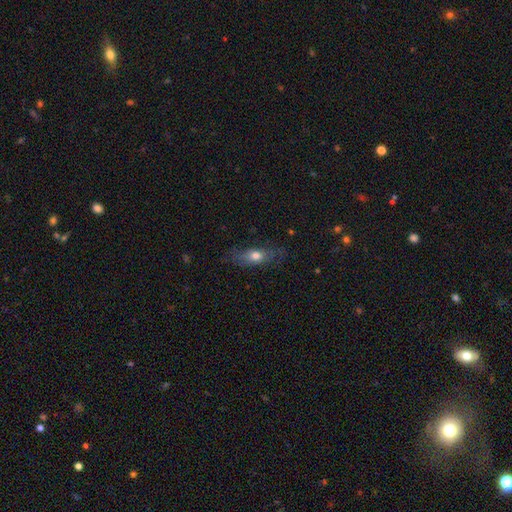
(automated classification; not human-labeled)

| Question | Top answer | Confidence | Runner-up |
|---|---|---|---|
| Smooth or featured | smooth | 63% | featured or disk (29%) |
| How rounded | in between | 62% | cigar-shaped (32%) |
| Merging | none | 71% | minor disturbance (21%) |